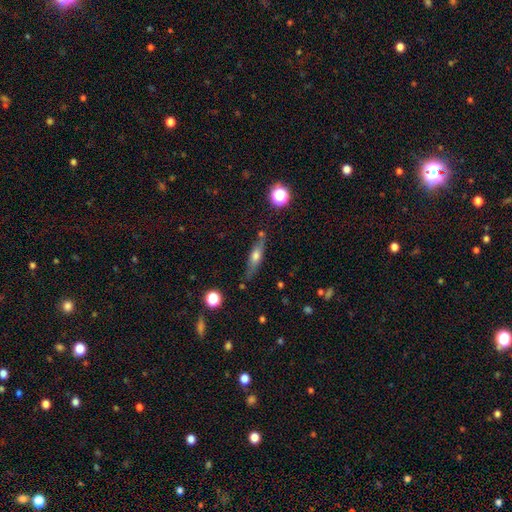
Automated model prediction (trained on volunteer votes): Smooth or featured? smooth (49%)
Merging? none (73%)